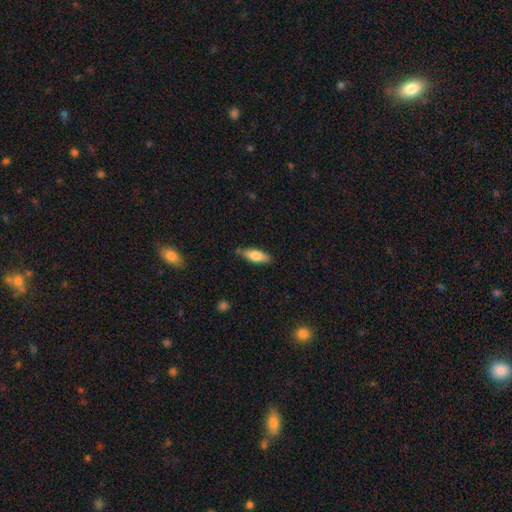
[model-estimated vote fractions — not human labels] Smooth or featured: smooth — 74% (featured or disk — 20%)
How rounded: in between — 62% (cigar-shaped — 36%)
Merging: none — 78% (minor disturbance — 18%)